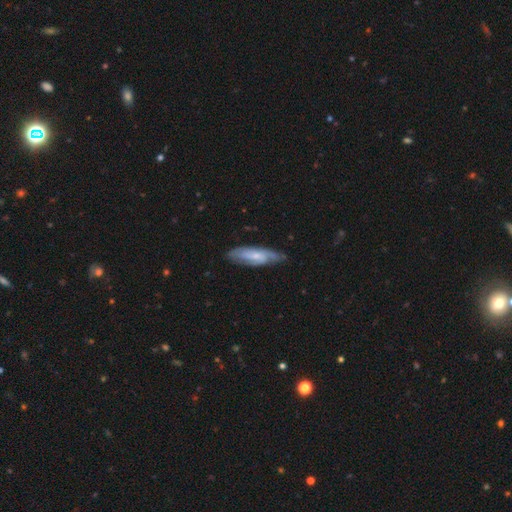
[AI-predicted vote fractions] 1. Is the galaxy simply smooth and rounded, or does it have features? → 60% featured or disk, 35% smooth, 6% star or artifact.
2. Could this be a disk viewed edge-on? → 74% no, 26% yes.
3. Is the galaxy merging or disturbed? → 68% none, 25% minor disturbance, 6% major disturbance, 2% merger.